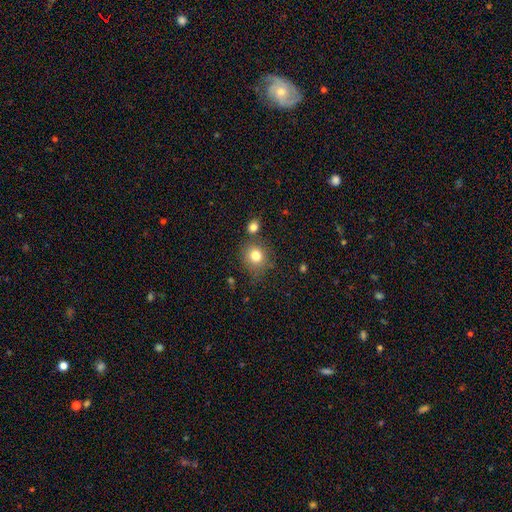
smooth 85%, featured or disk 15%, star or artifact 0%. Down the decision tree: how rounded — round (88%); merging — none (79%).